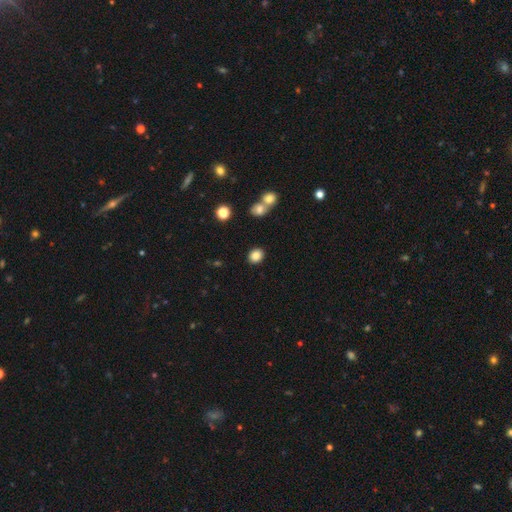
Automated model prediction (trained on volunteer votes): smooth_or_featured: smooth (p=0.85) [alt: star or artifact p=0.10]
how_rounded: round (p=0.61) [alt: in between p=0.38]
merging: none (p=0.86) [alt: minor disturbance p=0.07]